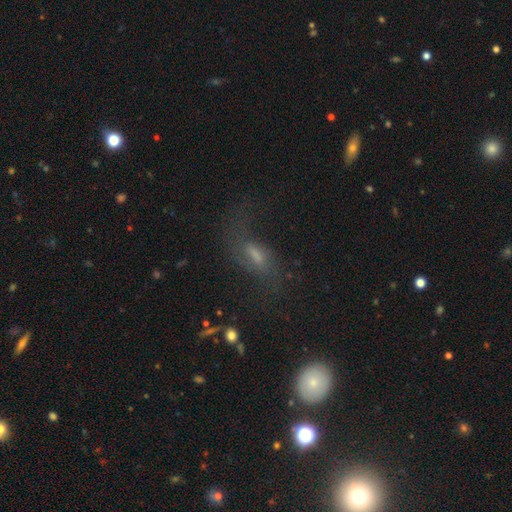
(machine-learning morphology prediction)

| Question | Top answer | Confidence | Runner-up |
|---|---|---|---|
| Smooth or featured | featured or disk | 43% | smooth (38%) |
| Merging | none | 48% | major disturbance (29%) |